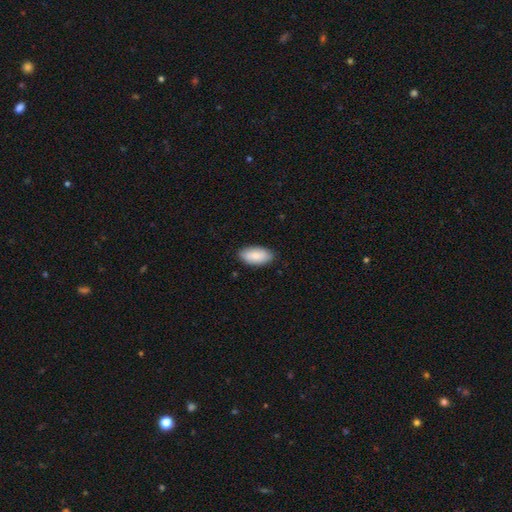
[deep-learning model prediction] A smooth galaxy with no disk features (87%) that is in between round and cigar-shaped (94%).

Vote fractions:
- Smooth or featured? smooth: 87% / featured or disk: 8% / star or artifact: 5%
- How rounded? in between: 94% / cigar-shaped: 4% / round: 2%
- Merging? none: 86% / minor disturbance: 11% / major disturbance: 2% / merger: 1%